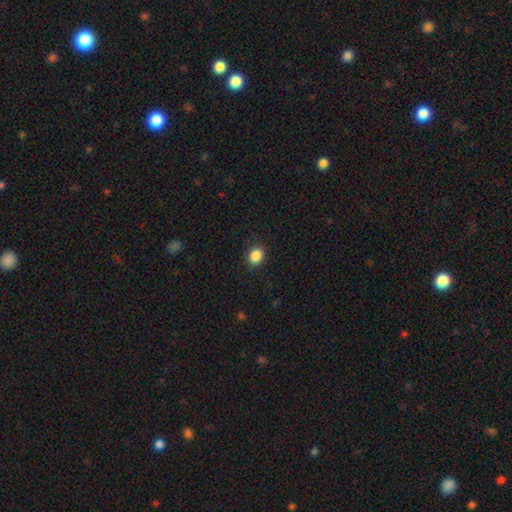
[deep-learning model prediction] Morphology: type=smooth (87%); roundness=round (62%); merging=none (90%).